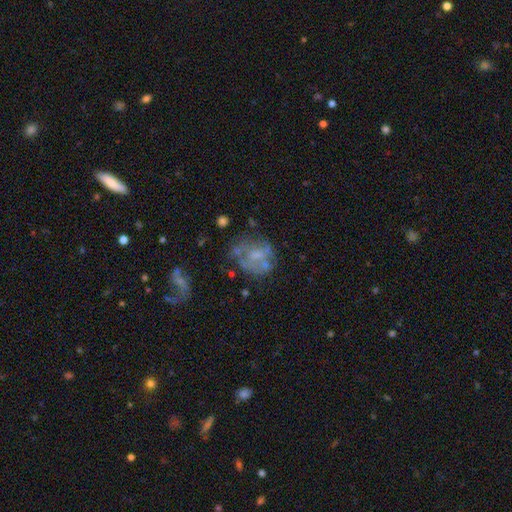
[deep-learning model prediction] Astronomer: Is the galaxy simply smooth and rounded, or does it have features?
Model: featured or disk — 56% (runner-up: smooth, 32%).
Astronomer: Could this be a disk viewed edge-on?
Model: no — 98%.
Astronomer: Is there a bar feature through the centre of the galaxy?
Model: no — 77%.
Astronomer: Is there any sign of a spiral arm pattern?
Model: no — 79%.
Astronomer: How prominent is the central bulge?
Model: none — 39% (runner-up: moderate, 29%).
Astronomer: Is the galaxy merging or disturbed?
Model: none — 46% (runner-up: major disturbance, 23%).